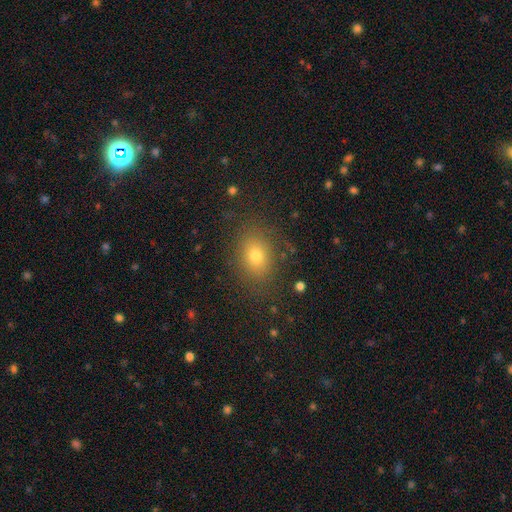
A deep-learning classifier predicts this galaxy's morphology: A smooth galaxy with no disk features (74%) that is in between round and cigar-shaped (64%). Merging: none (83%).